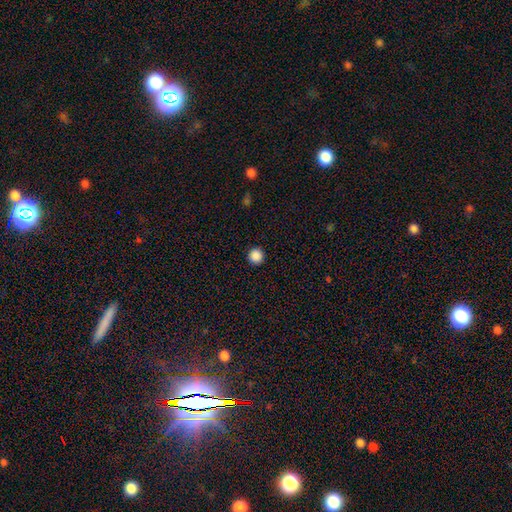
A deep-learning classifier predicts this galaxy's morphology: Smooth or featured? smooth (88%)
How rounded? round (96%)
Merging? none (93%)